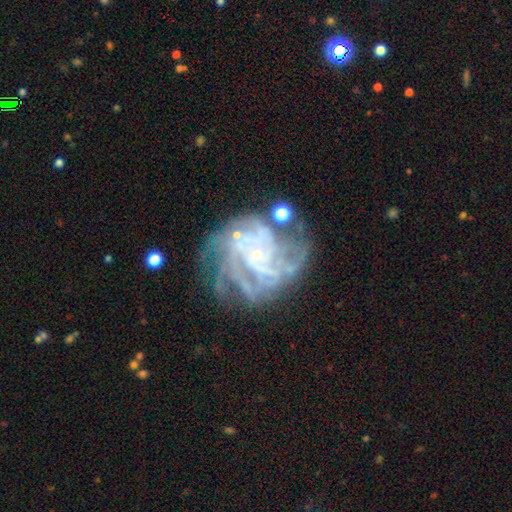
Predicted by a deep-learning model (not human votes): A featured or disk galaxy (87%) with no bar (69%), 4 (28%) tight (64%) spiral arms (96%) and a small central bulge (86%).

Vote fractions:
- Smooth or featured? featured or disk: 87% / star or artifact: 8% / smooth: 5%
- Edge-on disk? no: 98% / yes: 2%
- Bar? no: 69% / weak: 23% / strong: 8%
- Spiral arms? yes: 96% / no: 4%
- Spiral winding? tight: 64% / medium: 29% / loose: 7%
- Spiral arm count? 4: 28% / can't tell: 22% / more than 4: 18% / 3: 14% / 2: 10% / 1: 8%
- Bulge size? small: 86% / moderate: 7% / none: 5% / large: 1% / dominant: 1%
- Merging? none: 63% / minor disturbance: 20% / major disturbance: 13% / merger: 4%